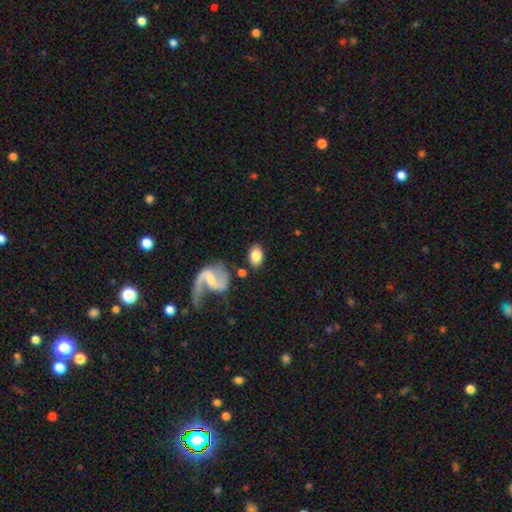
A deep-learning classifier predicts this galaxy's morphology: smooth-or-featured: smooth: 74% | featured or disk: 20% | star or artifact: 6%
  how-rounded: in between: 87% | round: 11% | cigar-shaped: 2%
  merging: none: 75% | minor disturbance: 14% | merger: 7% | major disturbance: 5%